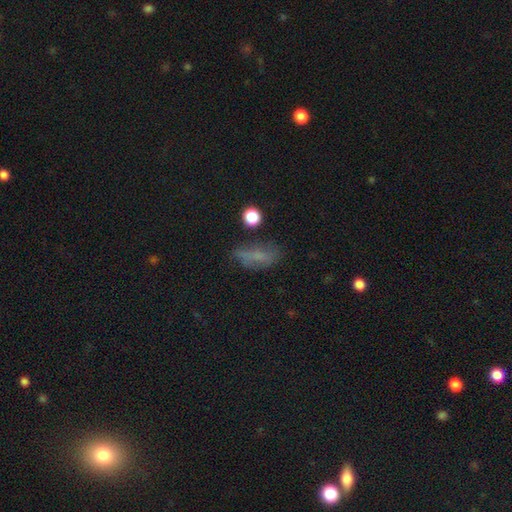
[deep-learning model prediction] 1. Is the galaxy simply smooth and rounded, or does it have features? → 56% smooth, 22% featured or disk, 21% star or artifact.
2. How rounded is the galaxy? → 68% in between, 23% cigar-shaped, 9% round.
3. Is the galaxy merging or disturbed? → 54% none, 26% minor disturbance, 15% major disturbance, 5% merger.